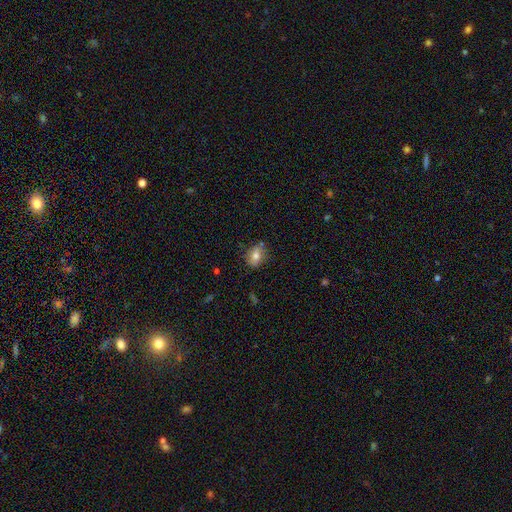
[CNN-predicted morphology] This is likely a smooth galaxy (75%). How rounded: possibly in between (57%). Merging: likely none (75%).